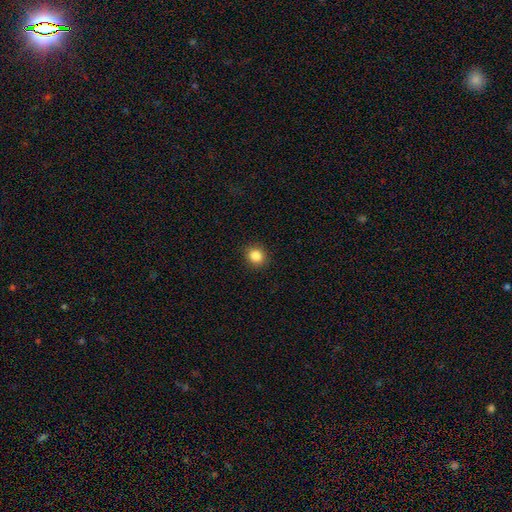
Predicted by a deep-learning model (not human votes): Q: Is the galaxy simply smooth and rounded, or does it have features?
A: smooth — 86%.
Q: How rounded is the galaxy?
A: round — 81%.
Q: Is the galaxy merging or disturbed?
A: none — 90%.